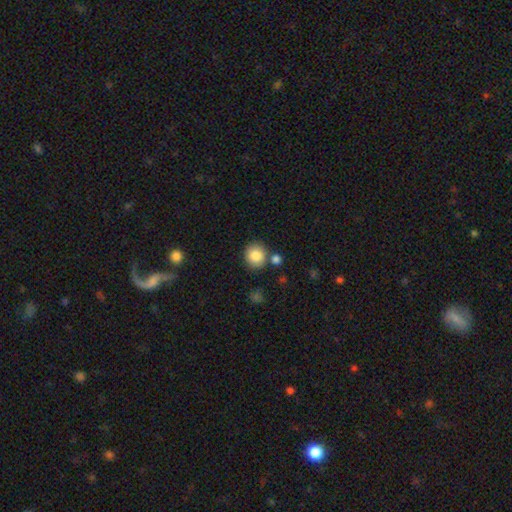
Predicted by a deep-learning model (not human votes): Q: Smooth or featured?
A: smooth (84%); runner-up: star or artifact (9%)
Q: How rounded?
A: round (83%); runner-up: in between (17%)
Q: Merging?
A: none (77%); runner-up: merger (11%)